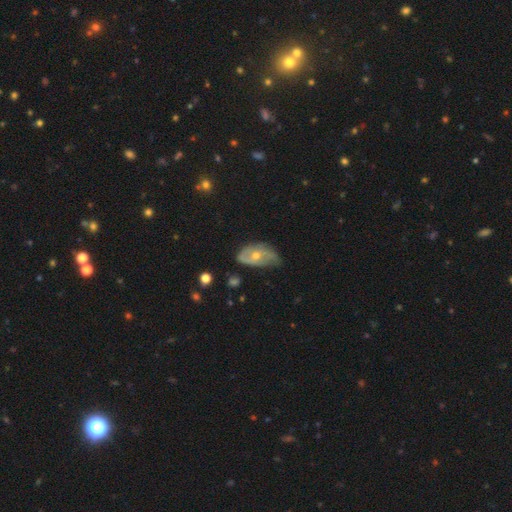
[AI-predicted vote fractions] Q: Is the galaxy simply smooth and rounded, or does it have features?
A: featured or disk — 60%.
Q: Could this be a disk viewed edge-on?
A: no — 91%.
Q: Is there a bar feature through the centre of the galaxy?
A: no — 71%.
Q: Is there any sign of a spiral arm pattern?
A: yes — 65%.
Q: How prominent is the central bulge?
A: moderate — 53%.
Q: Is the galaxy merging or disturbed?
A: none — 44%.